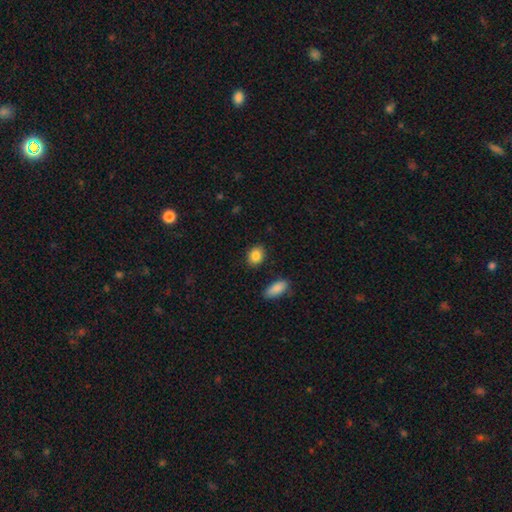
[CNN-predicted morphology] type=smooth (86%); roundness=in between (56%); merging=none (87%).